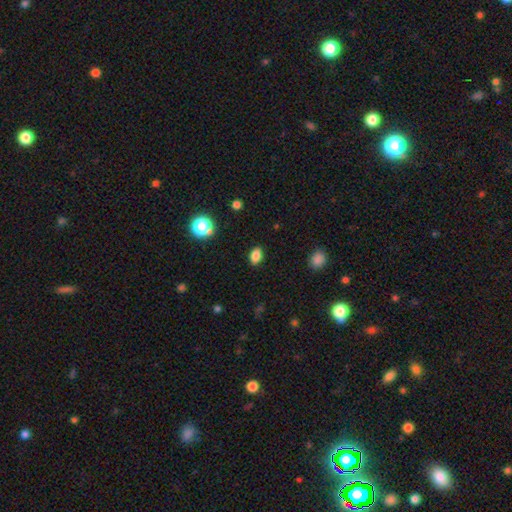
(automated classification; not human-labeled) A smooth galaxy with no disk features (84%) that is in between round and cigar-shaped (84%).

Vote fractions:
- Smooth or featured? smooth: 84% / star or artifact: 11% / featured or disk: 5%
- How rounded? in between: 84% / round: 14% / cigar-shaped: 2%
- Merging? none: 88% / minor disturbance: 9% / major disturbance: 2% / merger: 1%